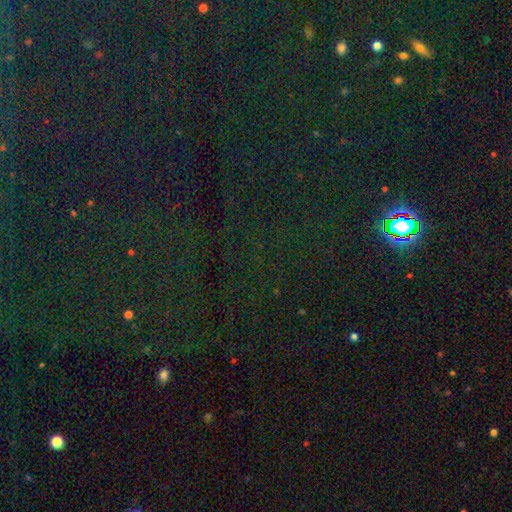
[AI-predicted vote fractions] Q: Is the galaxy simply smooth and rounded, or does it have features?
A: star or artifact — 84%.